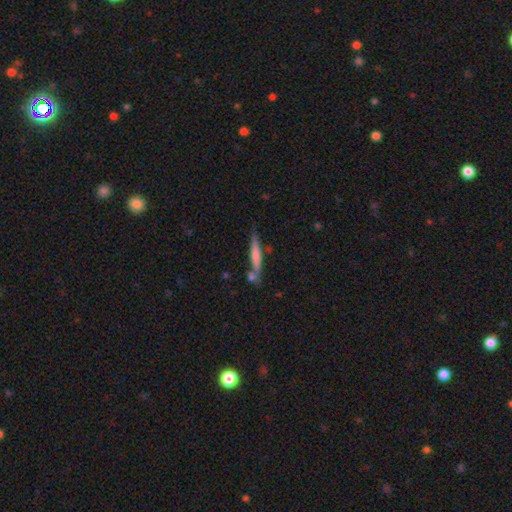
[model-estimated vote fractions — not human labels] Smooth or featured? Predicted: smooth (p=0.56). How rounded? Predicted: cigar-shaped (p=0.92). Merging? Predicted: none (p=0.68).